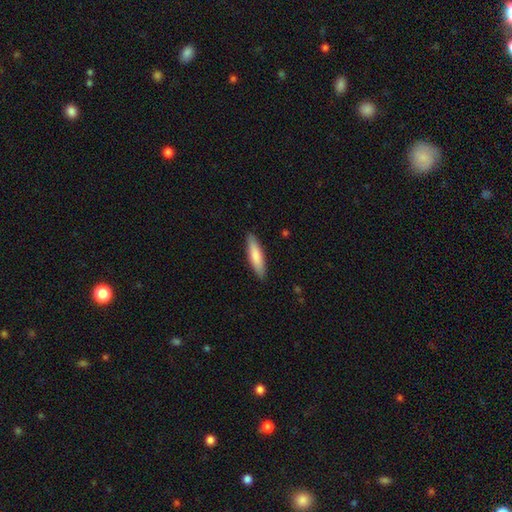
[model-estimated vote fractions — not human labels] smooth 80%, featured or disk 15%, star or artifact 5%. Down the decision tree: how rounded — cigar-shaped (76%); merging — none (89%).